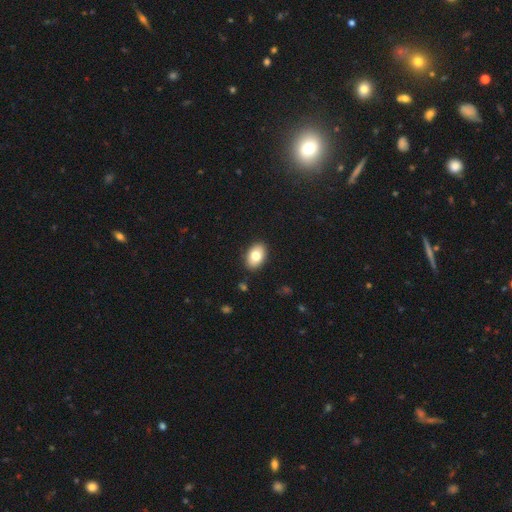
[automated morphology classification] The model was most divided on "smooth or featured": smooth: 78%, featured or disk: 15%, star or artifact: 7%. More confident: merging — none (89%); how rounded — in between (88%).